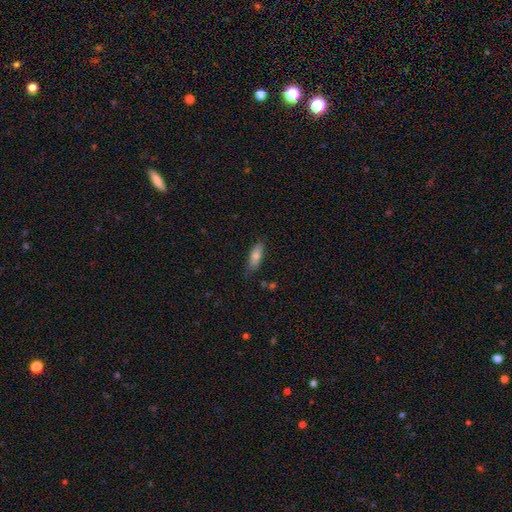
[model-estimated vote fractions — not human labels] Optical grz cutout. It shows a smooth galaxy with no disk features (75%) that is in between round and cigar-shaped (70%). Merging: none (77%).